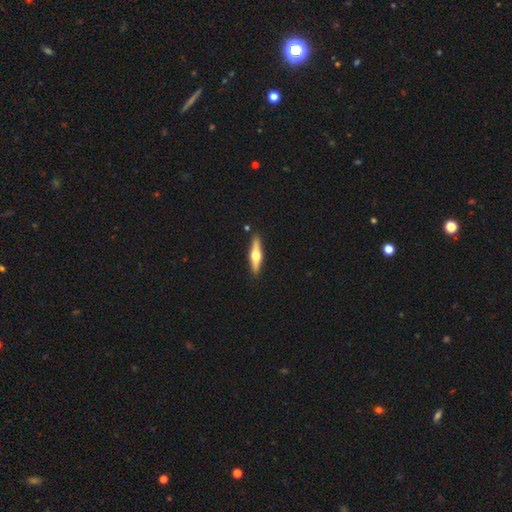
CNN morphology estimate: This appears to be a featured or disk galaxy (64%) viewed edge-on (96%) with a rounded central bulge (95%). Merging: none (89%).